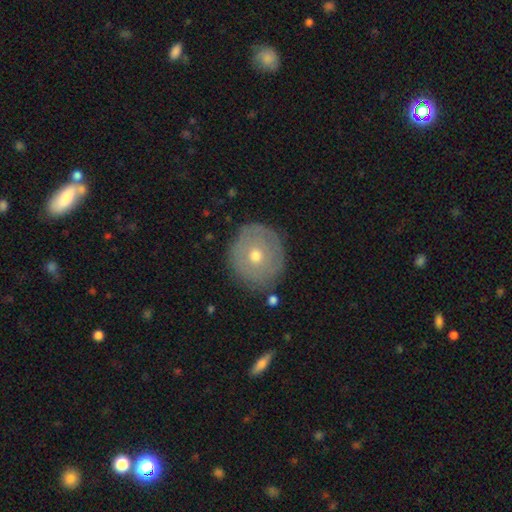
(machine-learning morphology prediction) A smooth galaxy with no disk features (50%).

Vote fractions:
- Smooth or featured? smooth: 50% / featured or disk: 42% / star or artifact: 9%
- Merging? none: 81% / minor disturbance: 13% / major disturbance: 4% / merger: 2%